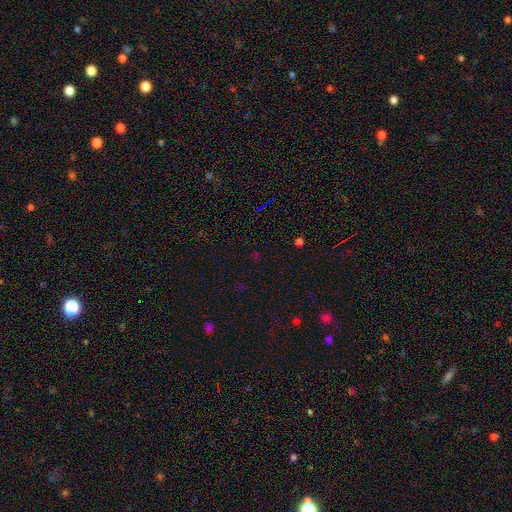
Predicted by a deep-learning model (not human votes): Smooth or featured?
  - star or artifact: 69% *
  - smooth: 22%
  - featured or disk: 9%